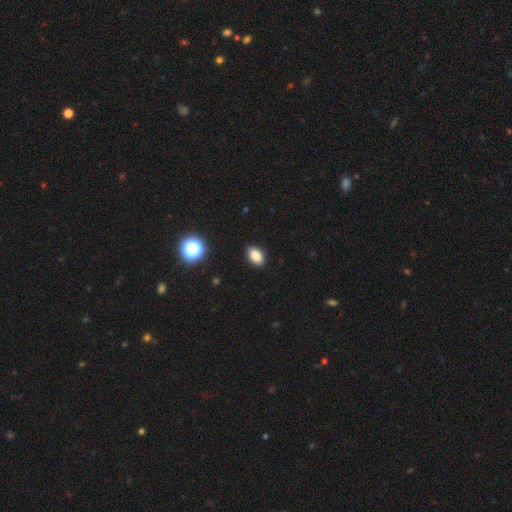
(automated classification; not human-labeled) Morphology: type=smooth (86%); roundness=in between (87%); merging=none (87%).